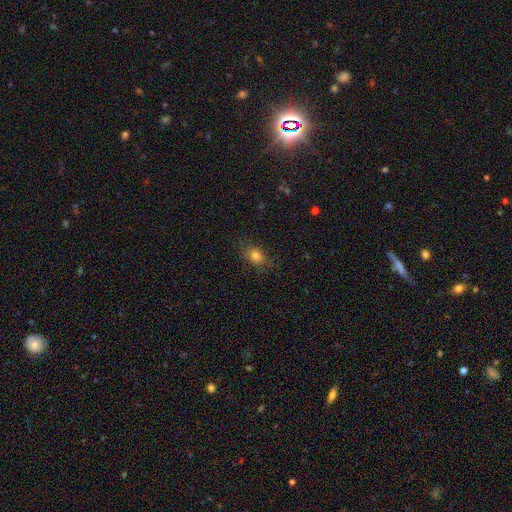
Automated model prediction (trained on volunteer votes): Smooth or featured?
  - smooth: 80% *
  - star or artifact: 11%
  - featured or disk: 8%
How rounded?
  - in between: 70% *
  - round: 28%
  - cigar-shaped: 2%
Merging?
  - none: 80% *
  - minor disturbance: 14%
  - major disturbance: 5%
  - merger: 1%